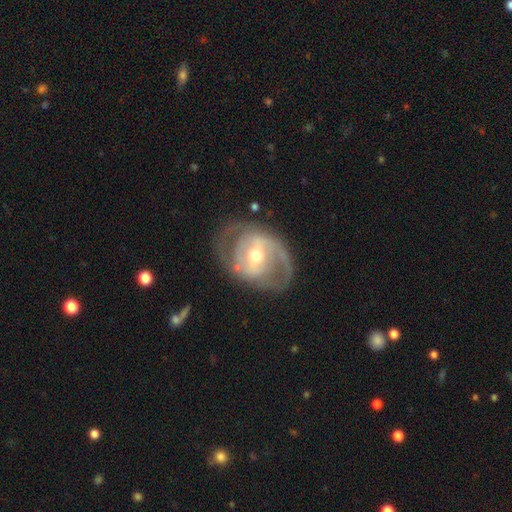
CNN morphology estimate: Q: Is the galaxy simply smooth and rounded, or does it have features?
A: featured or disk — 78%.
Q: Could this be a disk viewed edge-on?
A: no — 96%.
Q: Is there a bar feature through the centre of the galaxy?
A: weak — 39%.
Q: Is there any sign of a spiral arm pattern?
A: yes — 69%.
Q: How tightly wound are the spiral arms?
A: medium — 42%.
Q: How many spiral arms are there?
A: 2 — 71%.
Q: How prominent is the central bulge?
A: moderate — 66%.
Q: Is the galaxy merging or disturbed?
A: none — 67%.